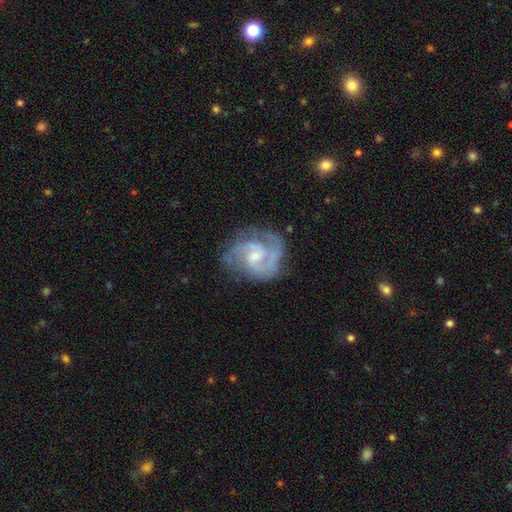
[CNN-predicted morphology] smooth-or-featured: featured or disk: 89% | smooth: 6% | star or artifact: 5%
  disk-edge-on: no: 98% | yes: 2%
    bar: weak: 49% | no: 43% | strong: 9%
    has-spiral-arms: yes: 97% | no: 3%
      spiral-winding: medium: 52% | tight: 37% | loose: 11%
      spiral-arm-count: 2: 74% | 3: 12% | can't tell: 7% | 1: 3% | 4: 2% | more than 4: 2%
    bulge-size: small: 56% | moderate: 38% | none: 4% | large: 2% | dominant: 1%
  merging: none: 70% | minor disturbance: 20% | major disturbance: 9% | merger: 2%